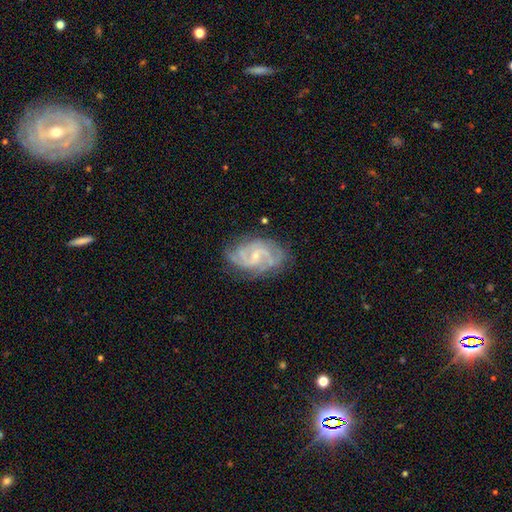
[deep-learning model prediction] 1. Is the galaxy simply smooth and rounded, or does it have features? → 88% featured or disk, 7% smooth, 6% star or artifact.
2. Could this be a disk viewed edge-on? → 97% no, 3% yes.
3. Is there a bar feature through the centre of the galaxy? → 45% weak (tied), 45% no (tied), 10% strong.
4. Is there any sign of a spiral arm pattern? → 97% yes, 3% no.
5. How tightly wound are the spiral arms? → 47% medium, 43% tight, 10% loose.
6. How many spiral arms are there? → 44% 2, 25% 3, 15% can't tell, 7% 4, 4% more than 4, 4% 1.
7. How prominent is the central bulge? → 72% small, 22% moderate, 4% none, 1% large, 1% dominant.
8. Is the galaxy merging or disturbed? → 75% none, 18% minor disturbance, 6% major disturbance, 1% merger.